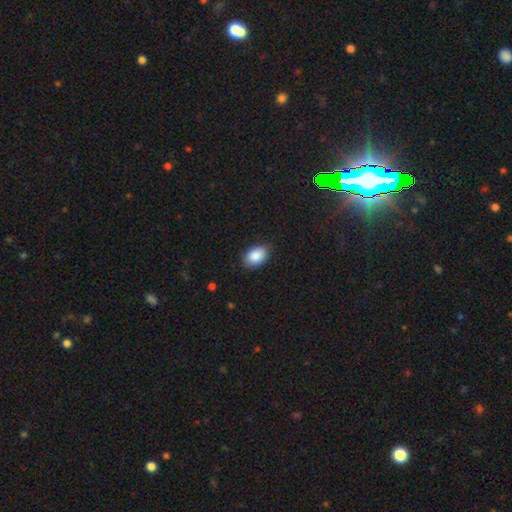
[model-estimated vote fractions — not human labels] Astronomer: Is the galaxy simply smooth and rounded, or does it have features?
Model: smooth — 89%.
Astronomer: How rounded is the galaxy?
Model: in between — 88%.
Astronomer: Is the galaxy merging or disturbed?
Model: none — 83%.